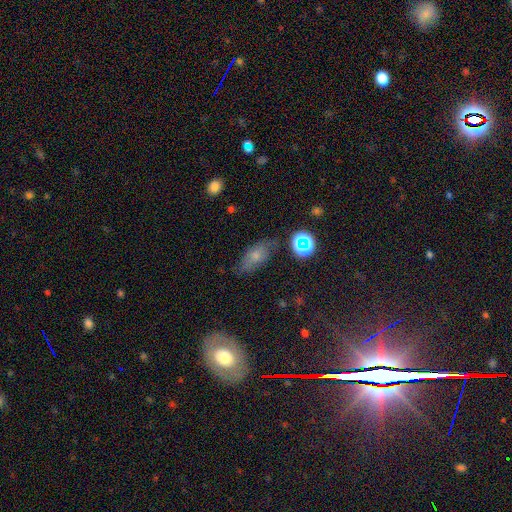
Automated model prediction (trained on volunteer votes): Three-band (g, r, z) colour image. It shows a smooth galaxy with no disk features (61%) that is in between round and cigar-shaped (83%). Merging: none (66%).